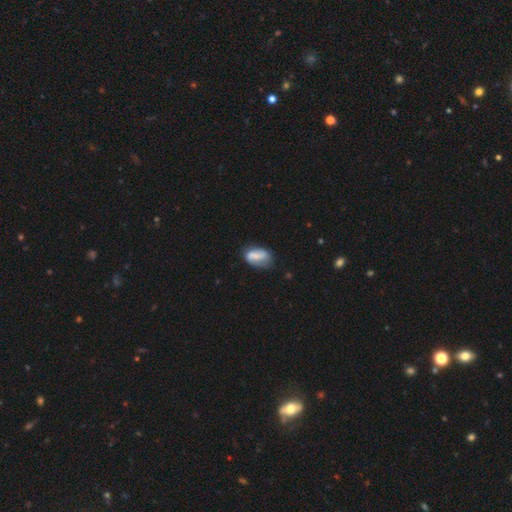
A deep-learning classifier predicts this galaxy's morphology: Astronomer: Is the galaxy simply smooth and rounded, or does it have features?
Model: smooth — 65%.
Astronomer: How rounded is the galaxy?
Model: in between — 88%.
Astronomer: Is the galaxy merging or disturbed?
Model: none — 49% (runner-up: minor disturbance, 34%).